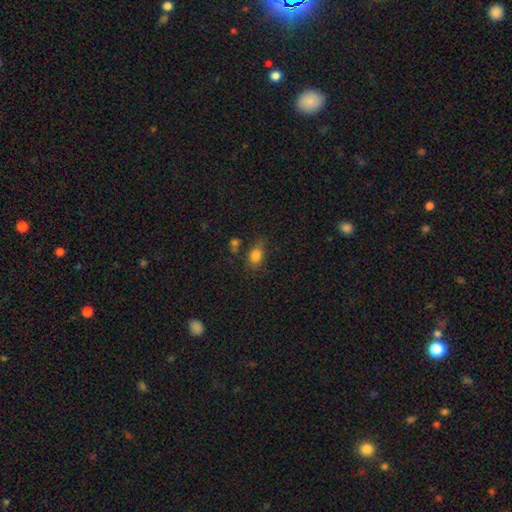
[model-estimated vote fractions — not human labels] smooth 82%, star or artifact 11%, featured or disk 8%. Down the decision tree: how rounded — in between (76%); merging — none (65%).